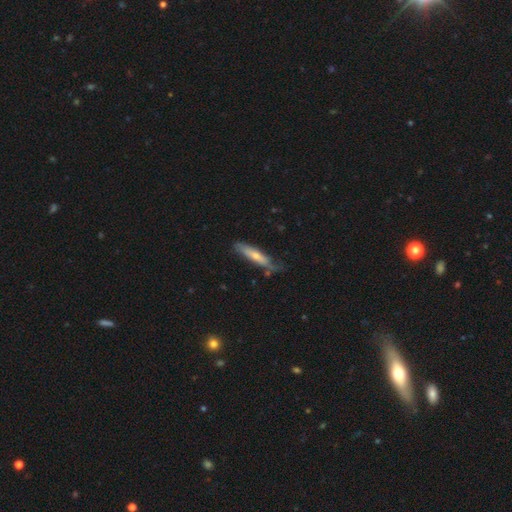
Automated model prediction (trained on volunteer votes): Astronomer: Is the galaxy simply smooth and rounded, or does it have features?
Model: smooth — 57% (runner-up: featured or disk, 37%).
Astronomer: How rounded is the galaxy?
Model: cigar-shaped — 82%.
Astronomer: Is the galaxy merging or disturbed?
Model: none — 61%.